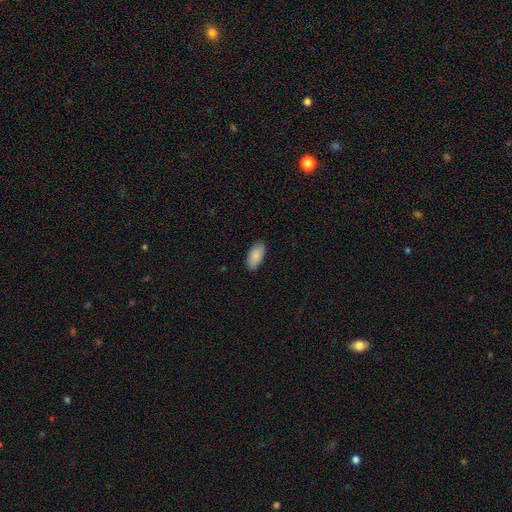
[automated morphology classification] This appears to be a smooth galaxy with no disk features (89%) that is in between round and cigar-shaped (91%). Merging: none (87%).